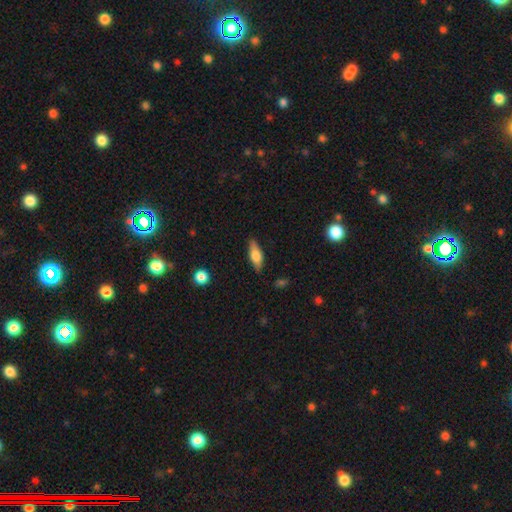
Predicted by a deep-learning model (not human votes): smooth_or_featured: smooth (p=0.60) [alt: featured or disk p=0.34]
how_rounded: in between (p=0.63) [alt: cigar-shaped p=0.34]
merging: none (p=0.84) [alt: minor disturbance p=0.12]